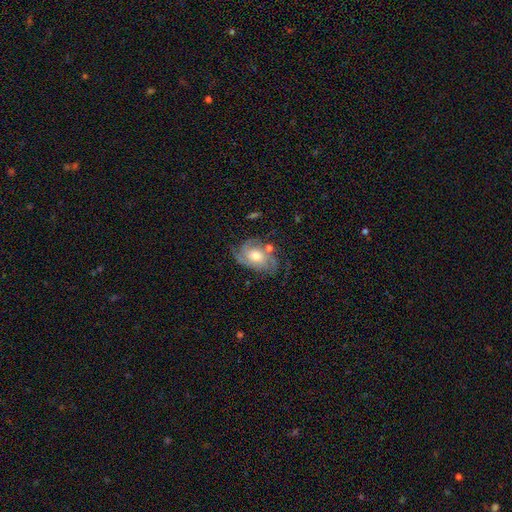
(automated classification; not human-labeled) Morphology: type=featured or disk (78%); edge-on=no (96%); bar=no (72%); spiral arms=yes (93%); winding=tight (49%); arm count=2 (35%); bulge=moderate (66%); merging=none (61%).